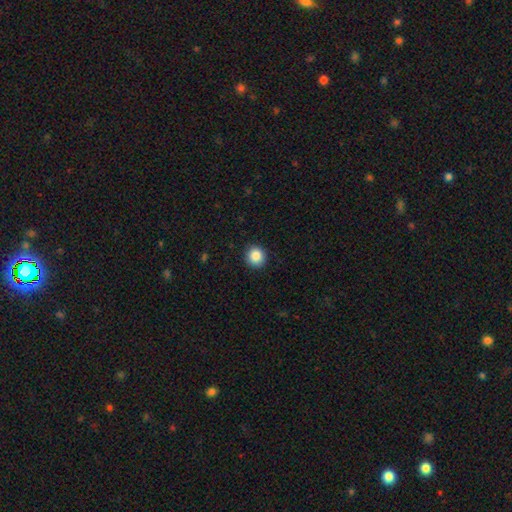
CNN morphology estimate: Q: Smooth or featured?
A: smooth (87%); runner-up: star or artifact (9%)
Q: How rounded?
A: round (88%); runner-up: in between (11%)
Q: Merging?
A: none (91%); runner-up: minor disturbance (6%)